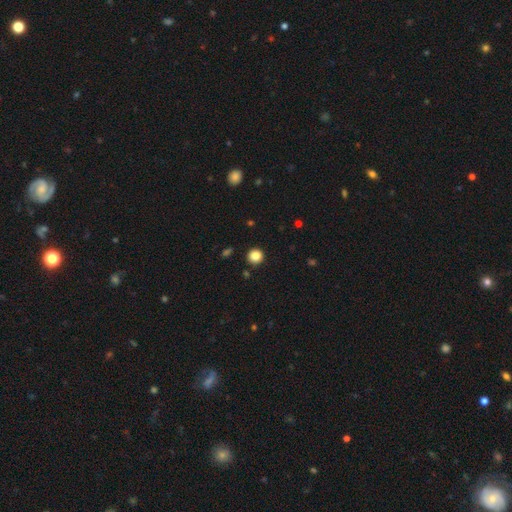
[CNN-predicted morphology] smooth-or-featured: smooth: 85% | star or artifact: 11% | featured or disk: 4%
  how-rounded: round: 94% | in between: 5% | cigar-shaped: 1%
  merging: none: 92% | minor disturbance: 5% | major disturbance: 2% | merger: 2%